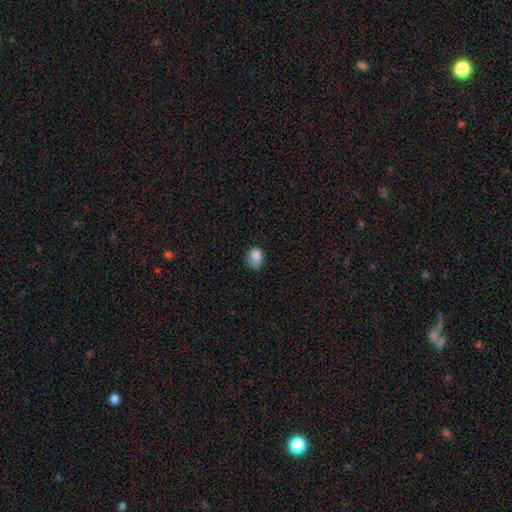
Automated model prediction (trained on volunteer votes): This is clearly a smooth galaxy (82%). How rounded: possibly in between (54%). Merging: marginally none (41%).